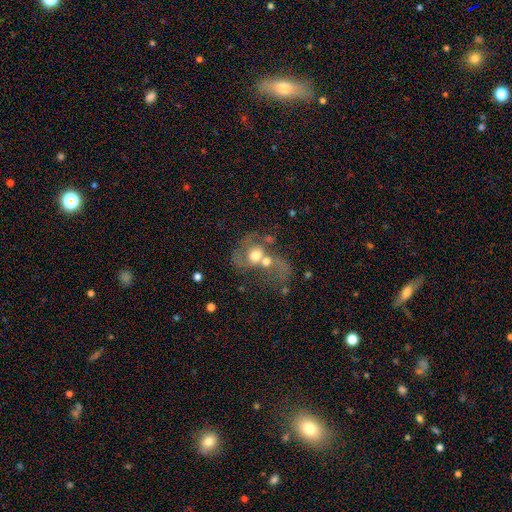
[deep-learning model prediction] Q: Smooth or featured?
A: featured or disk (57%); runner-up: smooth (33%)
Q: Edge-on disk?
A: no (97%); runner-up: yes (3%)
Q: Bar?
A: no (77%); runner-up: weak (19%)
Q: Spiral arms?
A: yes (63%); runner-up: no (37%)
Q: Bulge size?
A: moderate (57%); runner-up: large (26%)
Q: Merging?
A: merger (61%); runner-up: major disturbance (17%)